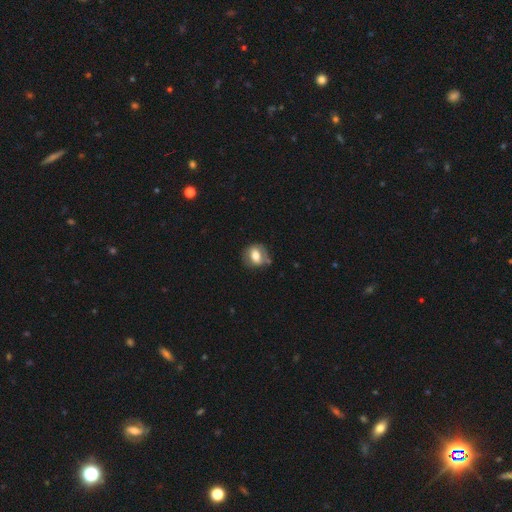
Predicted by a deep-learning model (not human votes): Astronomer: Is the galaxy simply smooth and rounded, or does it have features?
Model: smooth — 58% (runner-up: featured or disk, 35%).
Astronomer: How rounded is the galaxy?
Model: round — 55% (runner-up: in between, 43%).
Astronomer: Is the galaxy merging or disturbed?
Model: none — 69%.